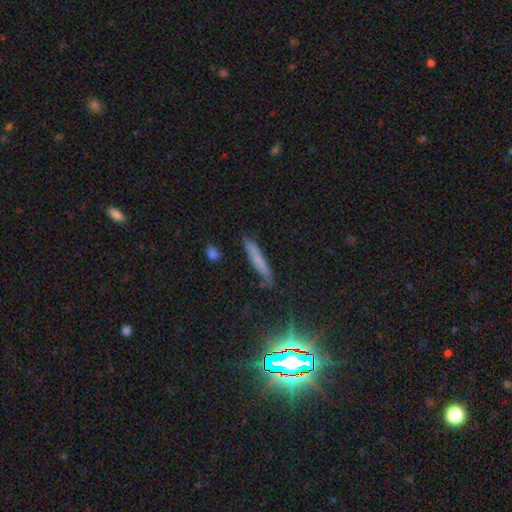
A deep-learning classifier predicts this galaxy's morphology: A smooth galaxy with no disk features (63%) that is cigar-shaped (92%).

Vote fractions:
- Smooth or featured? smooth: 63% / featured or disk: 22% / star or artifact: 15%
- How rounded? cigar-shaped: 92% / in between: 6% / round: 2%
- Merging? none: 81% / minor disturbance: 14% / major disturbance: 3% / merger: 2%